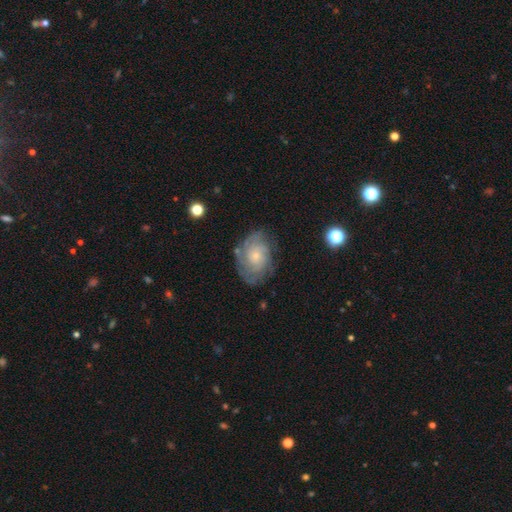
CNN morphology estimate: The model was most divided on "spiral arm count": can't tell: 39%, 2: 19%, 3: 19%, 4: 12%, more than 4: 6%, 1: 5%. More confident: edge-on disk — no (97%); spiral arms — yes (93%); bar — no (79%); smooth or featured — featured or disk (76%); bulge size — small (73%); merging — none (72%); spiral winding — tight (65%).